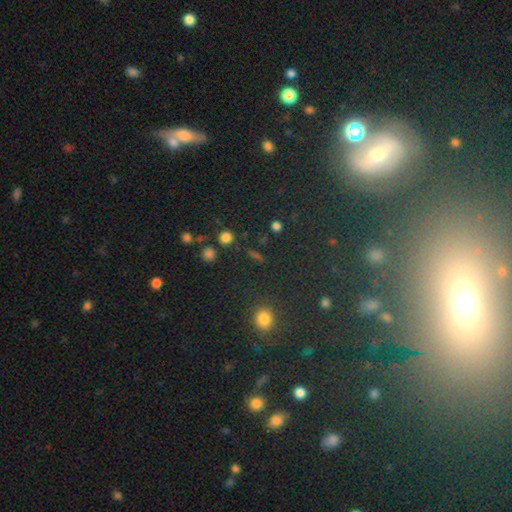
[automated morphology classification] This appears to be a smooth galaxy with no disk features (46%). Merging: none (85%).